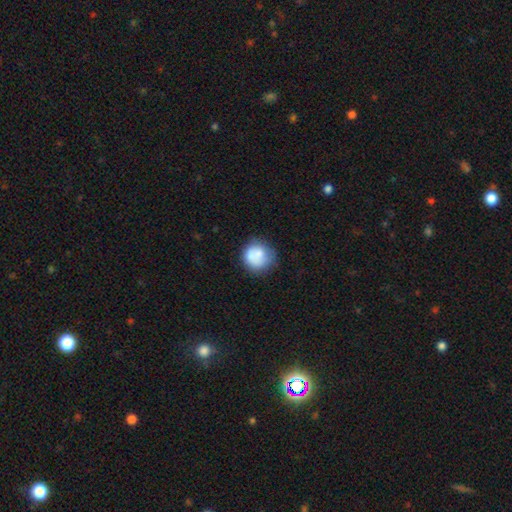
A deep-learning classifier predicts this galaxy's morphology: Smooth or featured? Predicted: smooth (p=0.75). How rounded? Predicted: round (p=0.88). Merging? Predicted: none (p=0.61).